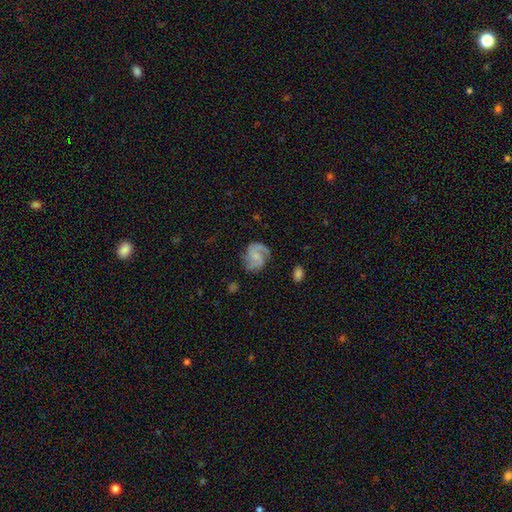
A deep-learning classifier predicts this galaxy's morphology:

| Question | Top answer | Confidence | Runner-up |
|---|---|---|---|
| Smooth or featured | featured or disk | 76% | smooth (17%) |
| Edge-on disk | no | 98% | yes (2%) |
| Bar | no | 55% | weak (38%) |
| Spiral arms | yes | 95% | no (5%) |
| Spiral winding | medium | 51% | tight (25%) |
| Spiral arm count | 2 | 76% | 3 (8%) |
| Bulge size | small | 42% | none (30%) |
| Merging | none | 68% | minor disturbance (19%) |